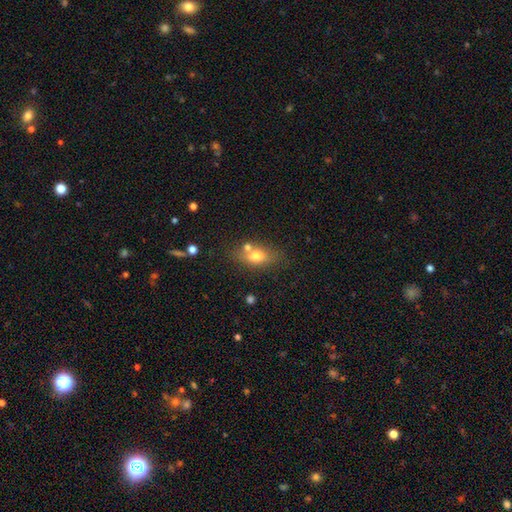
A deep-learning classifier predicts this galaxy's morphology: This is likely a smooth galaxy (70%). How rounded: likely in between (75%). Merging: likely none (61%).